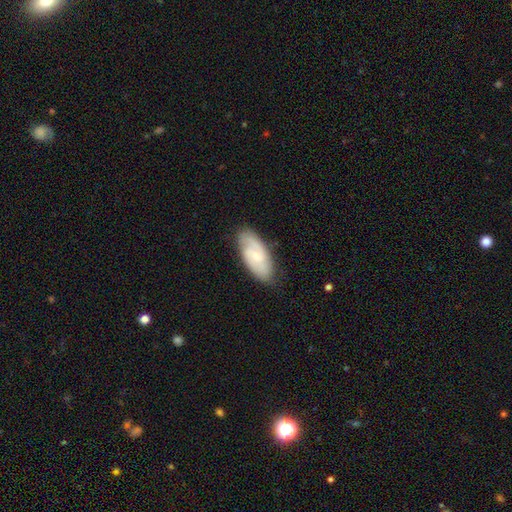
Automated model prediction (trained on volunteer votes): Smooth or featured? Predicted: featured or disk (p=0.64). Edge-on disk? Predicted: no (p=0.94). Bar? Predicted: no (p=0.56). Spiral arms? Predicted: yes (p=0.92). Spiral winding? Predicted: tight (p=0.43). Spiral arm count? Predicted: 2 (p=0.68). Bulge size? Predicted: small (p=0.64). Merging? Predicted: none (p=0.79).